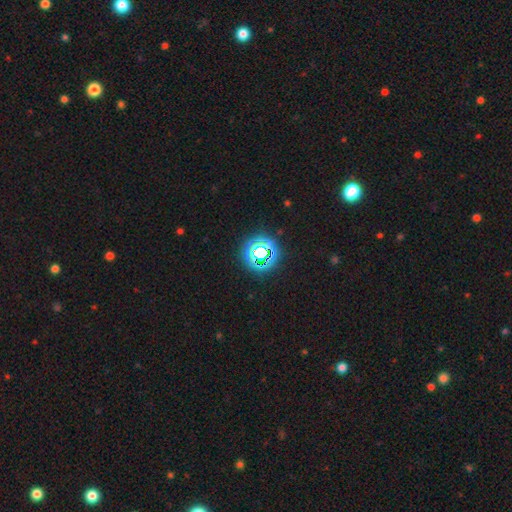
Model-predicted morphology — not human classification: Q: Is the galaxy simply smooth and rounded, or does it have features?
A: star or artifact — 71%.